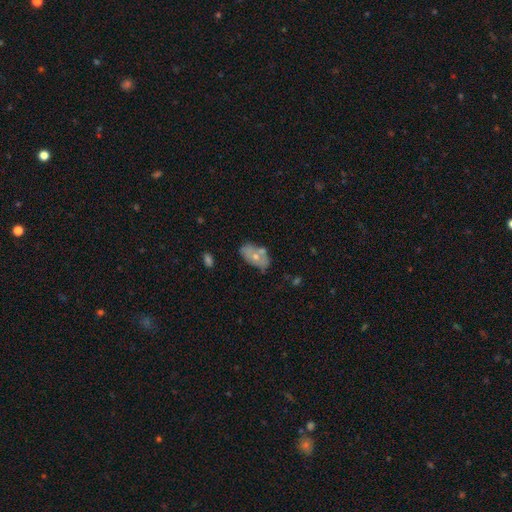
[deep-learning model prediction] smooth_or_featured: smooth (p=0.57) [alt: featured or disk p=0.36]
how_rounded: in between (p=0.89) [alt: round p=0.09]
merging: none (p=0.51) [alt: minor disturbance p=0.24]